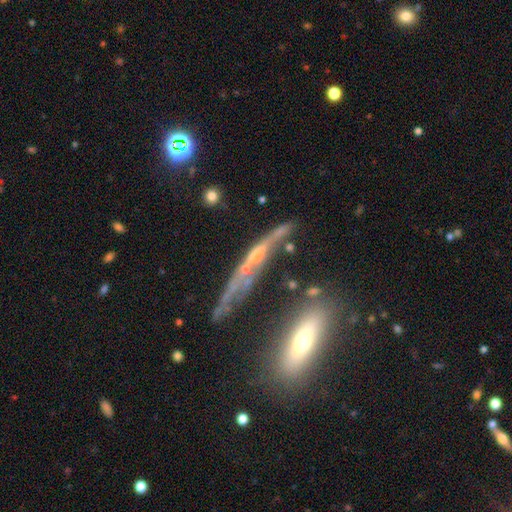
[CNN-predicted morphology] Smooth or featured? featured or disk (65%)
Edge-on disk? yes (80%)
Edge-on bulge? rounded (48%)
Merging? none (56%)